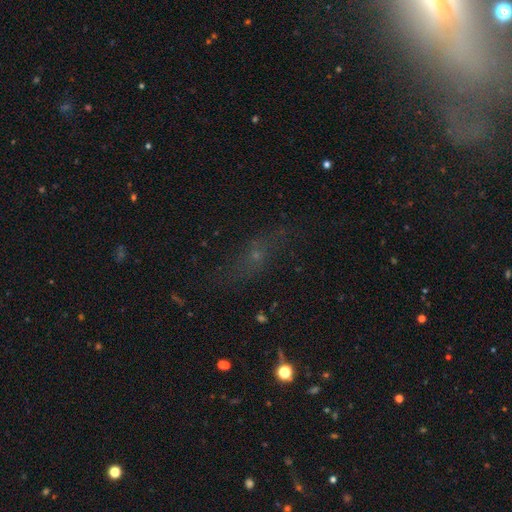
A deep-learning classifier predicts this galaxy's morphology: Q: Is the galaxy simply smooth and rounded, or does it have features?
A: smooth — 35%.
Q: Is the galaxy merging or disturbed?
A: none — 65%.